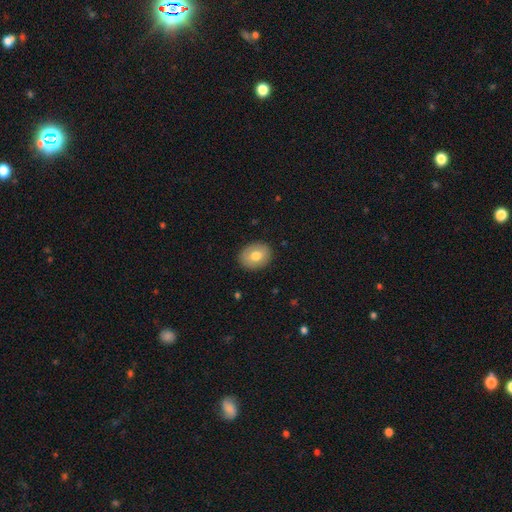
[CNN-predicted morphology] A smooth galaxy with no disk features (75%) that is round (51%).

Vote fractions:
- Smooth or featured? smooth: 75% / featured or disk: 18% / star or artifact: 7%
- How rounded? round: 51% / in between: 48% / cigar-shaped: 1%
- Merging? none: 89% / minor disturbance: 8% / major disturbance: 2% / merger: 1%